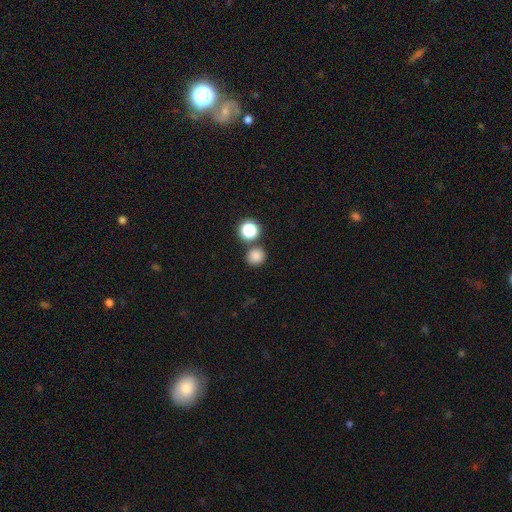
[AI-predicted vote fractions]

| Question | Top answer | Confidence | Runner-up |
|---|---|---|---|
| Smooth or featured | smooth | 82% | star or artifact (14%) |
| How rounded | round | 89% | in between (10%) |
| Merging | none | 76% | merger (14%) |